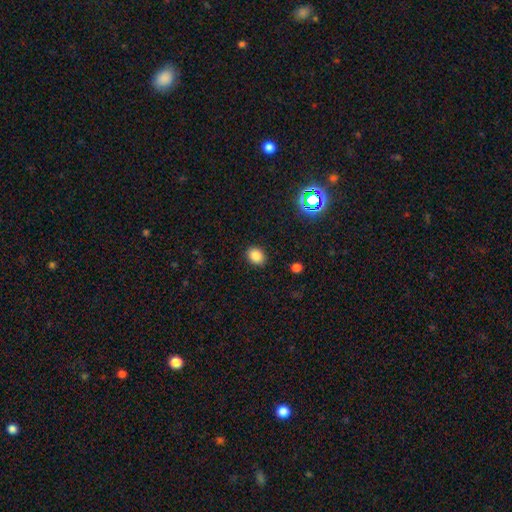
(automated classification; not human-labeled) Q: Smooth or featured?
A: smooth (84%); runner-up: star or artifact (12%)
Q: How rounded?
A: in between (50%); runner-up: round (49%)
Q: Merging?
A: none (89%); runner-up: minor disturbance (7%)